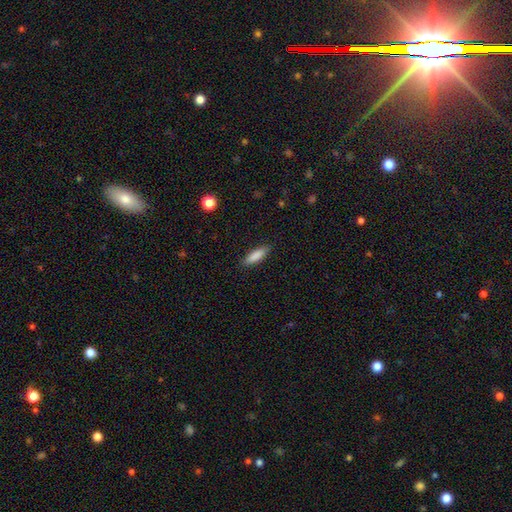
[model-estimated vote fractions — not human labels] A smooth galaxy with no disk features (85%) that is cigar-shaped (61%). Merging: none (86%).